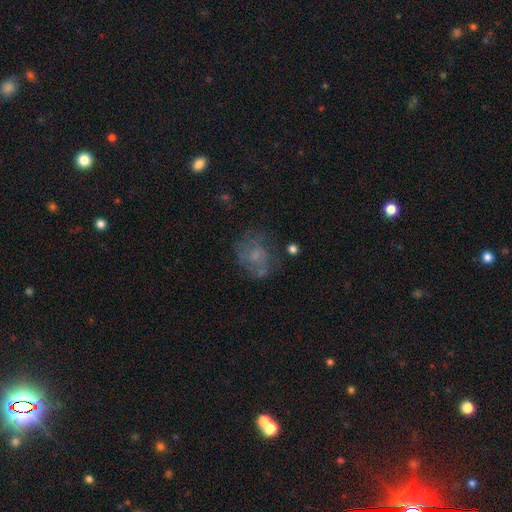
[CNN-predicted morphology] smooth_or_featured: featured or disk (p=0.47) [alt: smooth p=0.39]
merging: none (p=0.57) [alt: minor disturbance p=0.21]